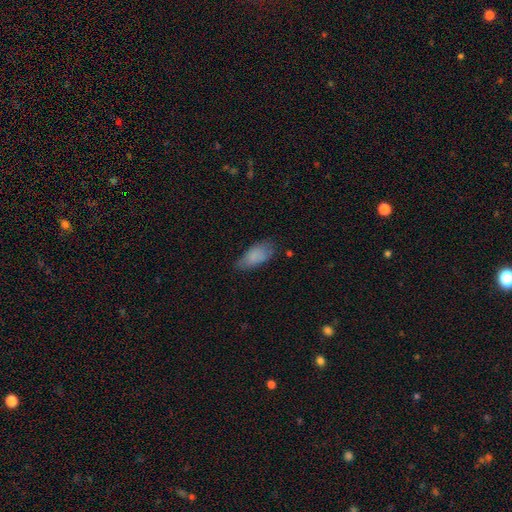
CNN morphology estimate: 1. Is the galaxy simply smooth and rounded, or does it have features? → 84% smooth, 9% featured or disk, 7% star or artifact.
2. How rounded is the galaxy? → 88% in between, 10% cigar-shaped, 2% round.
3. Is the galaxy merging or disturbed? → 68% none, 25% minor disturbance, 6% major disturbance, 1% merger.